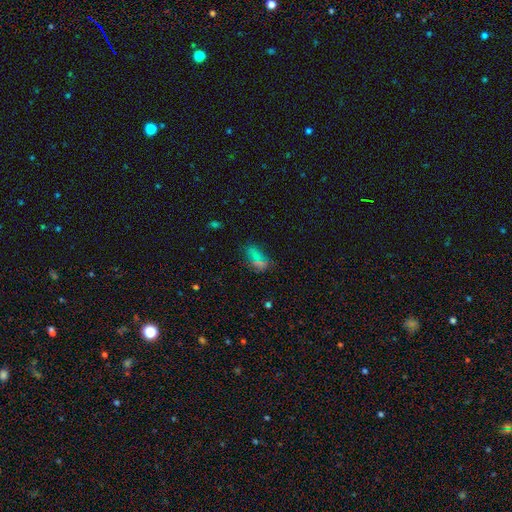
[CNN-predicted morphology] Smooth or featured?
  - smooth: 45% *
  - star or artifact: 31%
  - featured or disk: 23%
Merging?
  - none: 46% *
  - merger: 20%
  - minor disturbance: 18%
  - major disturbance: 15%